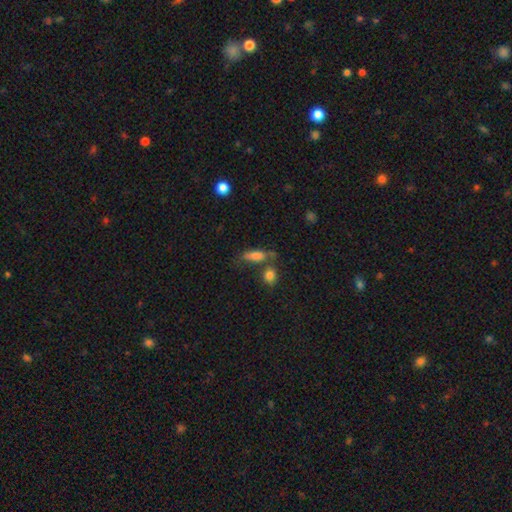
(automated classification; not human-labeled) The model was most divided on "how rounded": in between: 62%, cigar-shaped: 33%, round: 5%. More confident: smooth or featured — smooth (73%); merging — none (53%).